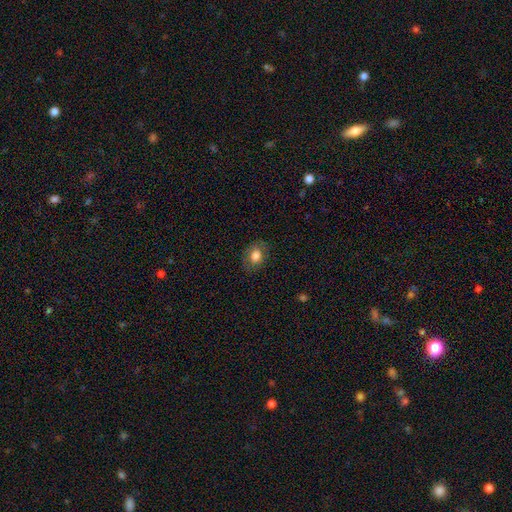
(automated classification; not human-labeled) This is likely a smooth galaxy (78%). How rounded: likely in between (65%). Merging: clearly none (81%).